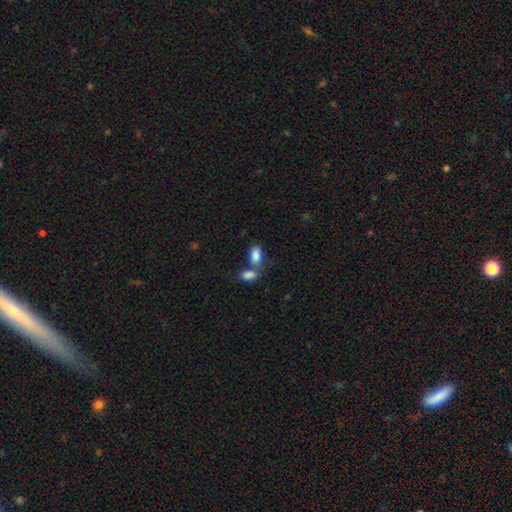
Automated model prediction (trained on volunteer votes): Smooth or featured? smooth (86%)
How rounded? in between (92%)
Merging? merger (45%)